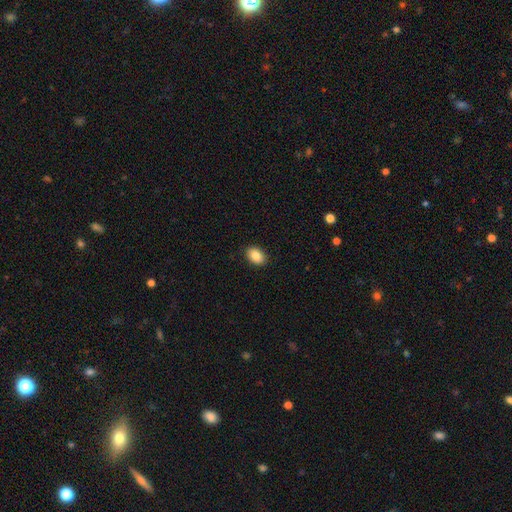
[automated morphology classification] smooth-or-featured: smooth: 86% | star or artifact: 7% | featured or disk: 6%
  how-rounded: in between: 83% | round: 16% | cigar-shaped: 1%
  merging: none: 89% | minor disturbance: 8% | major disturbance: 2% | merger: 1%